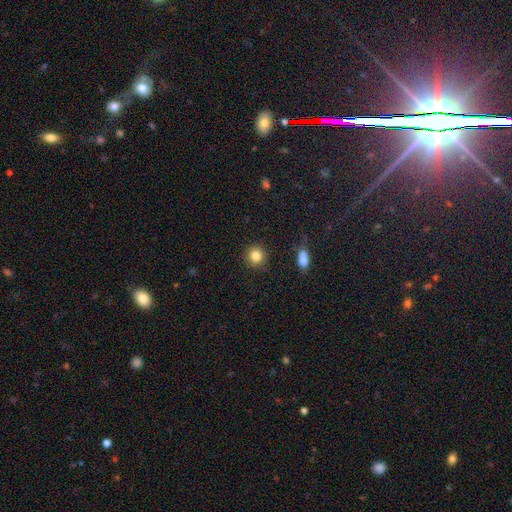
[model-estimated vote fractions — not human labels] Smooth or featured: smooth — 84% (star or artifact — 11%)
How rounded: round — 92% (in between — 7%)
Merging: none — 89% (minor disturbance — 7%)